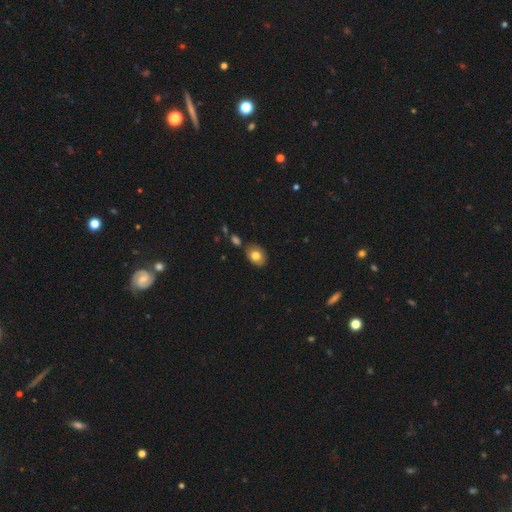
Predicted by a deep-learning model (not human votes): Morphology: type=smooth (80%); roundness=in between (71%); merging=none (75%).